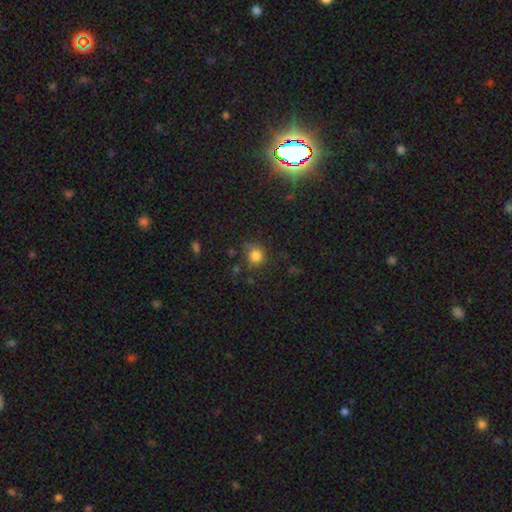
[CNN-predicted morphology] A smooth galaxy with no disk features (82%) that is round (81%). Merging: none (72%).